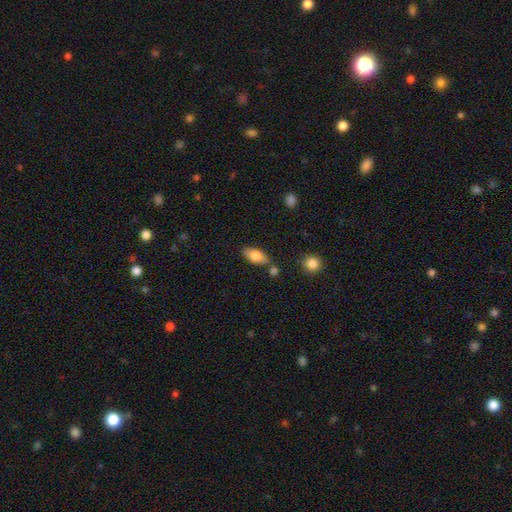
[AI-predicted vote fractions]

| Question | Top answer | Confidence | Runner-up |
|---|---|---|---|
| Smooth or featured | smooth | 79% | featured or disk (14%) |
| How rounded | in between | 88% | cigar-shaped (7%) |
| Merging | none | 70% | minor disturbance (15%) |